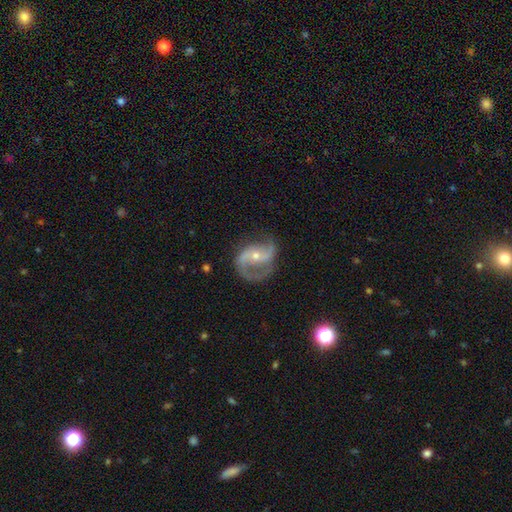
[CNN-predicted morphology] Smooth or featured? Predicted: featured or disk (p=0.87). Edge-on disk? Predicted: no (p=0.98). Bar? Predicted: no (p=0.40). Spiral arms? Predicted: yes (p=0.95). Spiral winding? Predicted: medium (p=0.46). Spiral arm count? Predicted: 2 (p=0.86). Bulge size? Predicted: small (p=0.60). Merging? Predicted: none (p=0.63).